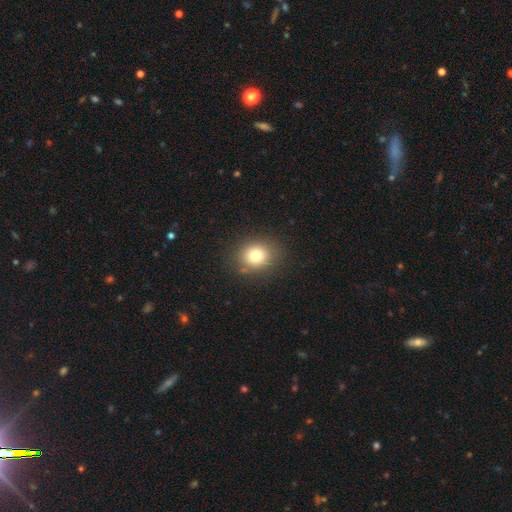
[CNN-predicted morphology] A smooth galaxy with no disk features (78%) that is round (69%).

Vote fractions:
- Smooth or featured? smooth: 78% / star or artifact: 13% / featured or disk: 9%
- How rounded? round: 69% / in between: 30% / cigar-shaped: 1%
- Merging? none: 86% / minor disturbance: 9% / major disturbance: 3% / merger: 2%